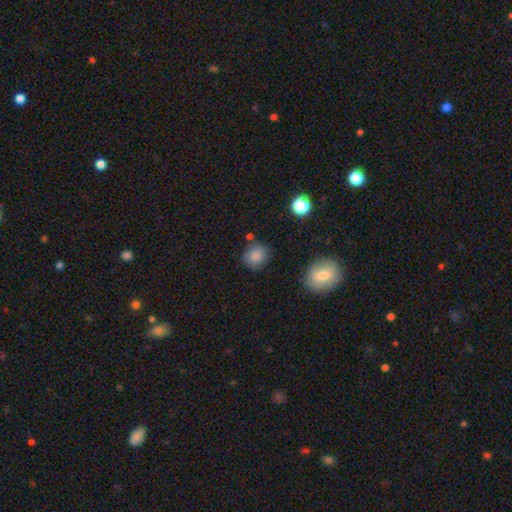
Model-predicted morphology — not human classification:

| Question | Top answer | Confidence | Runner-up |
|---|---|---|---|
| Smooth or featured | smooth | 84% | star or artifact (10%) |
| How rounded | round | 82% | in between (16%) |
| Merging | none | 80% | minor disturbance (12%) |